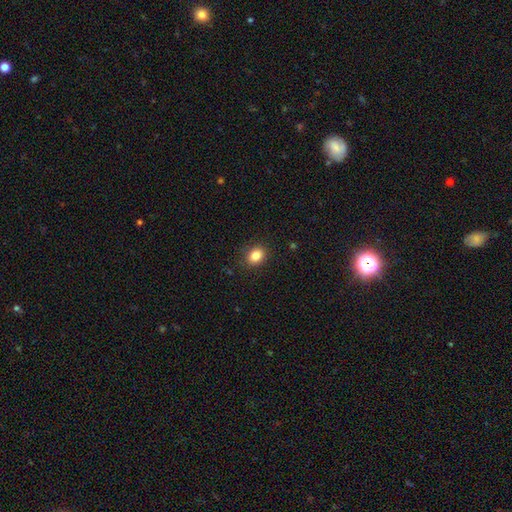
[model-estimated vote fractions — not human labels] smooth-or-featured: smooth: 84% | star or artifact: 10% | featured or disk: 6%
  how-rounded: round: 53% | in between: 46% | cigar-shaped: 1%
  merging: none: 89% | minor disturbance: 8% | major disturbance: 2% | merger: 1%